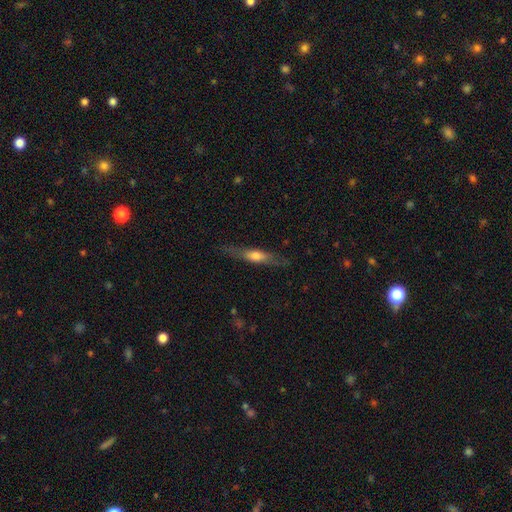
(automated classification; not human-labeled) Smooth or featured? Predicted: featured or disk (p=0.49). Merging? Predicted: none (p=0.80).